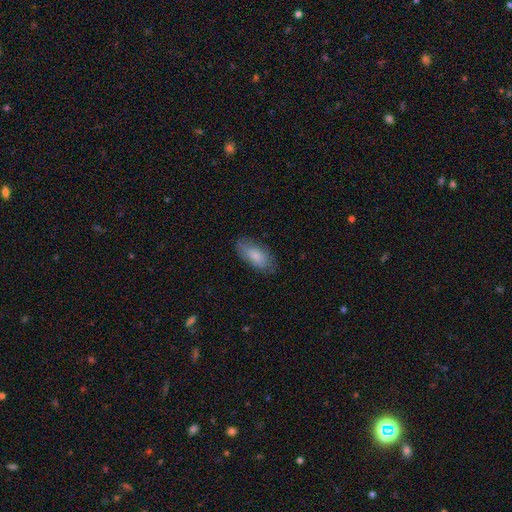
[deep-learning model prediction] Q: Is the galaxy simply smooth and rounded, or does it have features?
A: smooth — 80%.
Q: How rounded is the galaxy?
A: in between — 86%.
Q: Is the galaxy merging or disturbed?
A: none — 78%.